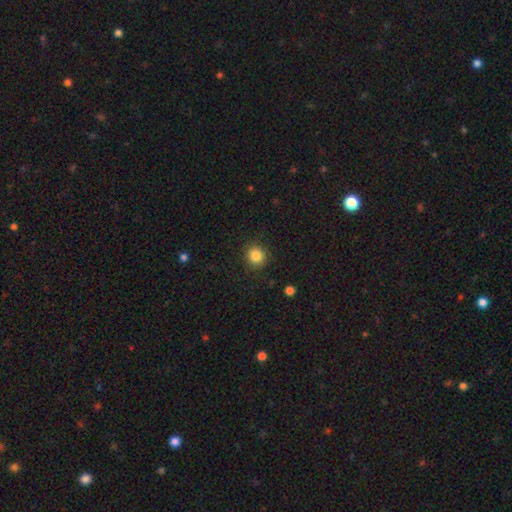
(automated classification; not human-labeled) smooth_or_featured: smooth (p=0.84) [alt: star or artifact p=0.11]
how_rounded: round (p=0.89) [alt: in between p=0.10]
merging: none (p=0.90) [alt: minor disturbance p=0.07]